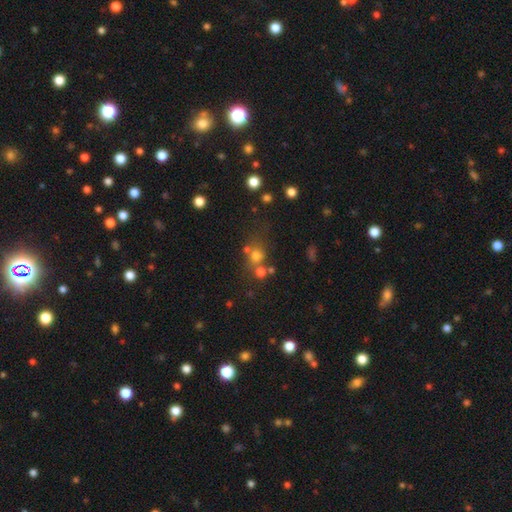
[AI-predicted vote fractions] This is likely a smooth galaxy (62%). How rounded: likely round (77%). Merging: possibly none (51%).